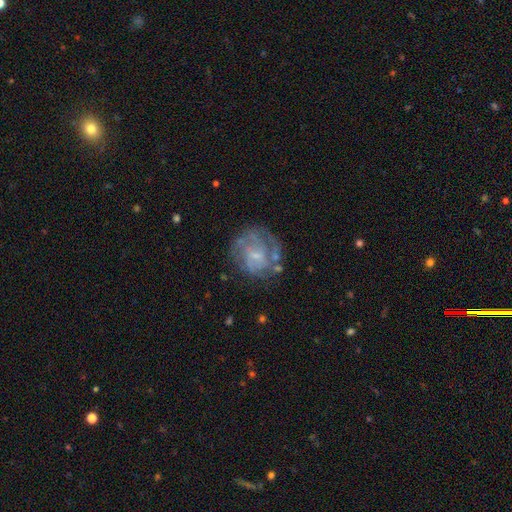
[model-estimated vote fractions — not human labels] Smooth or featured: featured or disk — 74% (smooth — 18%)
Edge-on disk: no — 98% (yes — 2%)
Bar: no — 51% (weak — 42%)
Spiral arms: yes — 81% (no — 19%)
Spiral winding: tight — 53% (medium — 35%)
Spiral arm count: can't tell — 41% (2 — 24%)
Bulge size: small — 62% (moderate — 22%)
Merging: none — 62% (minor disturbance — 19%)